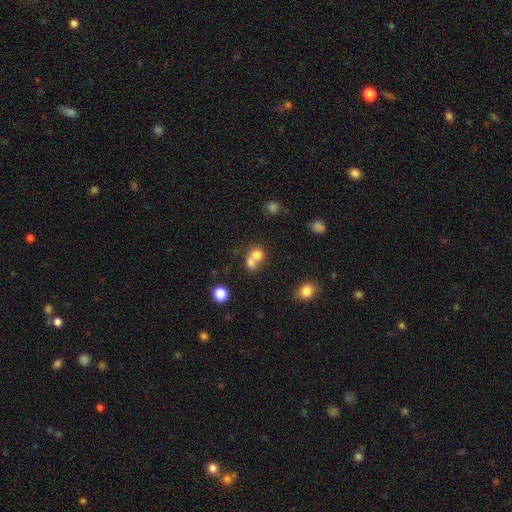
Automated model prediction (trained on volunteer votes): Morphology: type=smooth (73%); roundness=round (68%); merging=merger (64%).